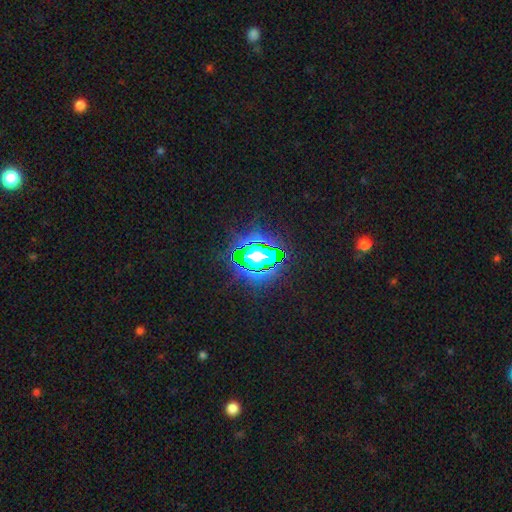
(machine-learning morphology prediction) Smooth or featured?
  - star or artifact: 64% *
  - smooth: 21%
  - featured or disk: 14%